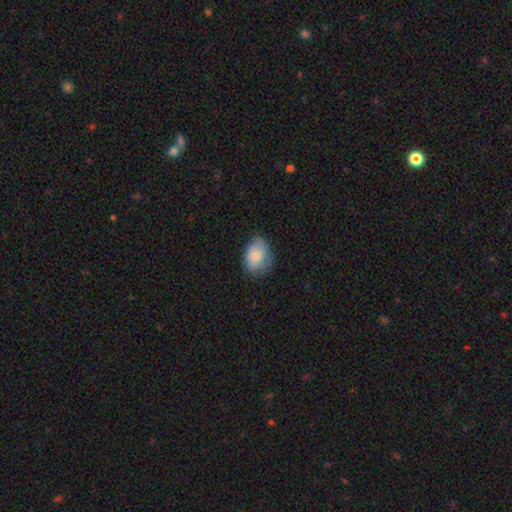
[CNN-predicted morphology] This is clearly a smooth galaxy (81%). How rounded: likely in between (76%). Merging: likely none (62%).